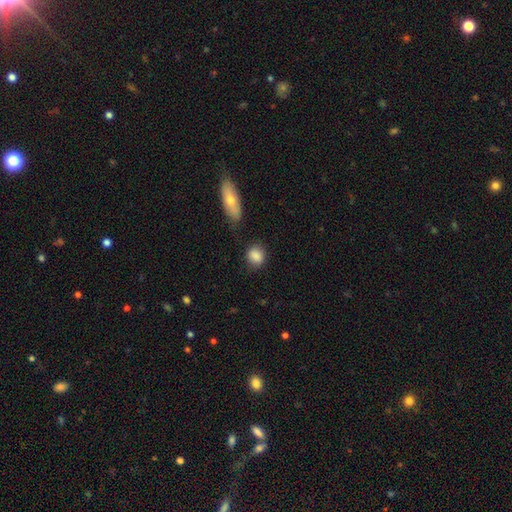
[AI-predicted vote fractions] Smooth or featured: smooth — 86% (star or artifact — 8%)
How rounded: round — 63% (in between — 35%)
Merging: none — 75% (minor disturbance — 15%)